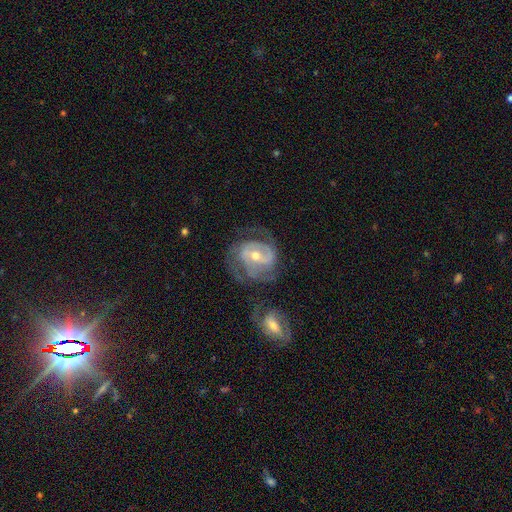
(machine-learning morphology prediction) smooth-or-featured: featured or disk: 86% | smooth: 9% | star or artifact: 5%
  disk-edge-on: no: 97% | yes: 3%
    bar: weak: 43% | no: 32% | strong: 25%
    has-spiral-arms: yes: 93% | no: 7%
      spiral-winding: tight: 49% | medium: 39% | loose: 12%
      spiral-arm-count: 2: 52% | can't tell: 20% | 3: 16% | 1: 5% | 4: 4% | more than 4: 3%
    bulge-size: moderate: 61% | small: 35% | large: 2% | none: 1% | dominant: 1%
  merging: none: 53% | minor disturbance: 20% | major disturbance: 18% | merger: 9%